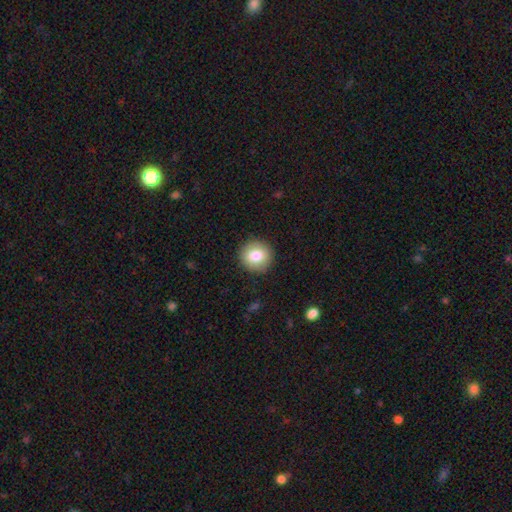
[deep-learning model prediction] smooth-or-featured: smooth: 81% | featured or disk: 11% | star or artifact: 8%
  how-rounded: round: 92% | in between: 7% | cigar-shaped: 1%
  merging: none: 91% | minor disturbance: 6% | major disturbance: 2% | merger: 1%